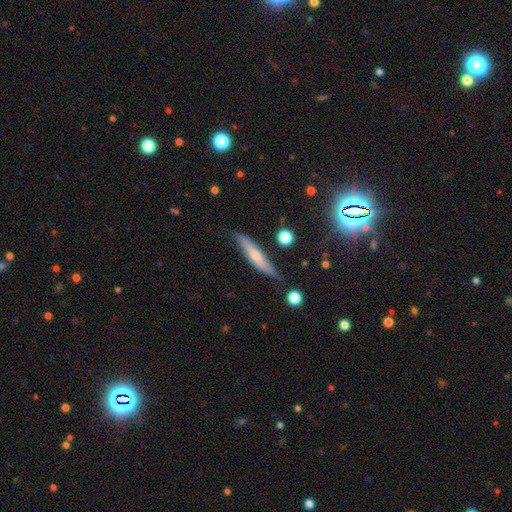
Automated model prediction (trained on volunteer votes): Morphology: type=smooth (52%); roundness=cigar-shaped (88%); merging=none (78%).